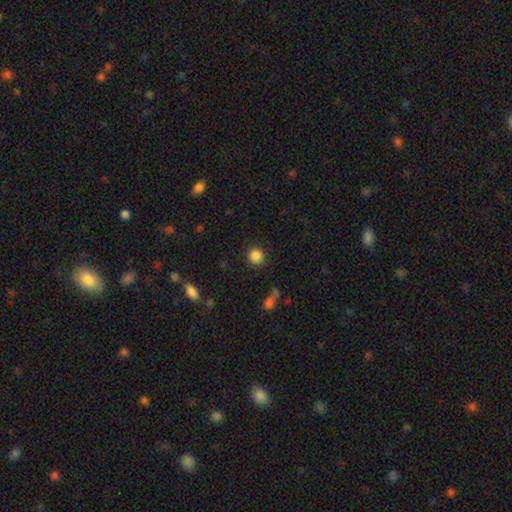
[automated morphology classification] This appears to be a smooth galaxy with no disk features (86%) that is round (92%). Merging: none (88%).